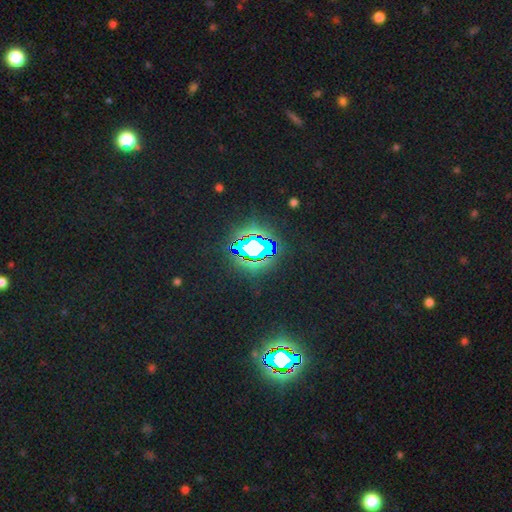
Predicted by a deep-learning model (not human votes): Smooth or featured: star or artifact — 81% (smooth — 12%)